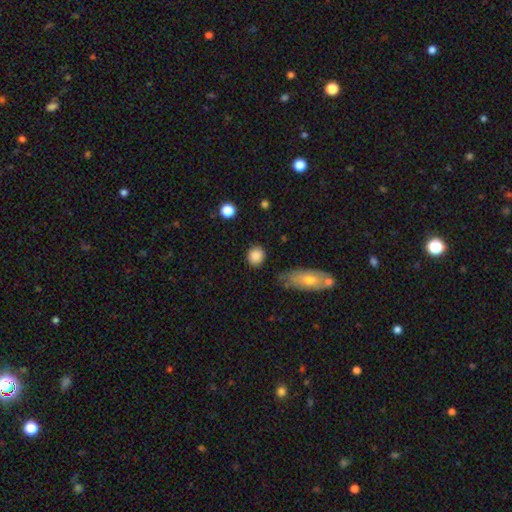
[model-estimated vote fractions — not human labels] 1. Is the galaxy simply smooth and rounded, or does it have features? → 87% smooth, 8% star or artifact, 5% featured or disk.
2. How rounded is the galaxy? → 78% round, 20% in between, 2% cigar-shaped.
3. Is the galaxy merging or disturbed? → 83% none, 11% minor disturbance, 3% major disturbance, 3% merger.